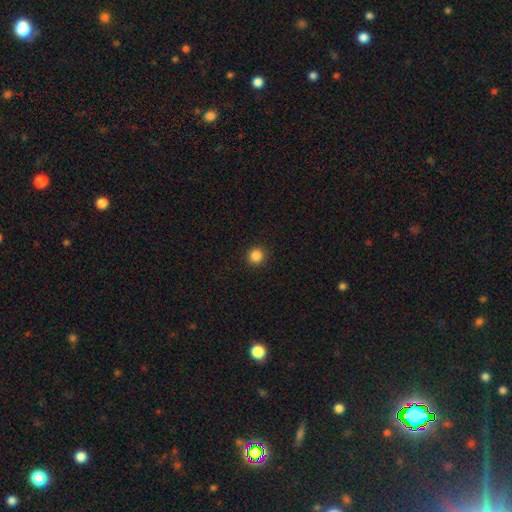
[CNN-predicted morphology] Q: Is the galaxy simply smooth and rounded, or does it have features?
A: smooth — 86%.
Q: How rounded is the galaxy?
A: round — 95%.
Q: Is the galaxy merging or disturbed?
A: none — 93%.